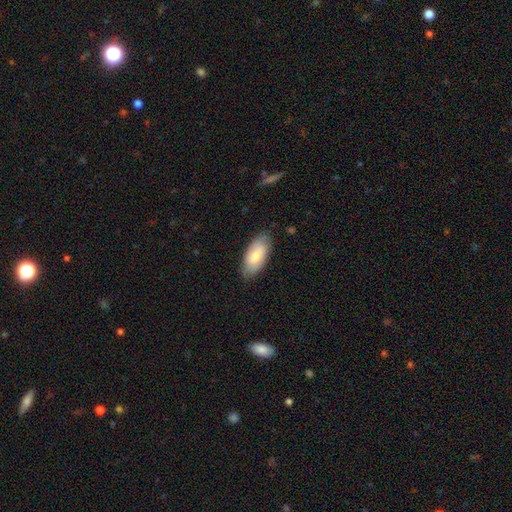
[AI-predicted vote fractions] smooth_or_featured: smooth (p=0.75) [alt: featured or disk p=0.20]
how_rounded: in between (p=0.91) [alt: cigar-shaped p=0.07]
merging: none (p=0.82) [alt: minor disturbance p=0.14]